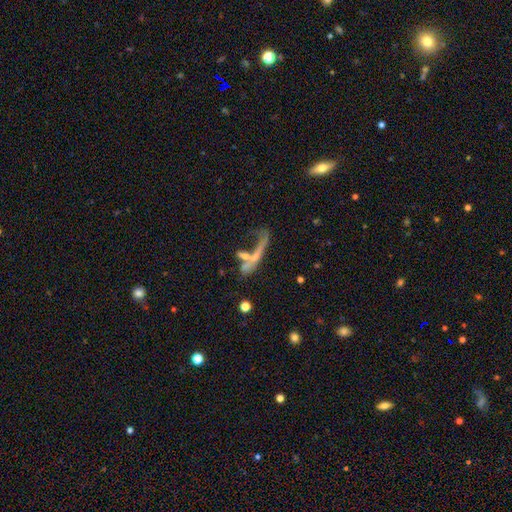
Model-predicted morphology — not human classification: Overall: featured or disk (47%; smooth 38%). Merging: merger (34%; none 28%).